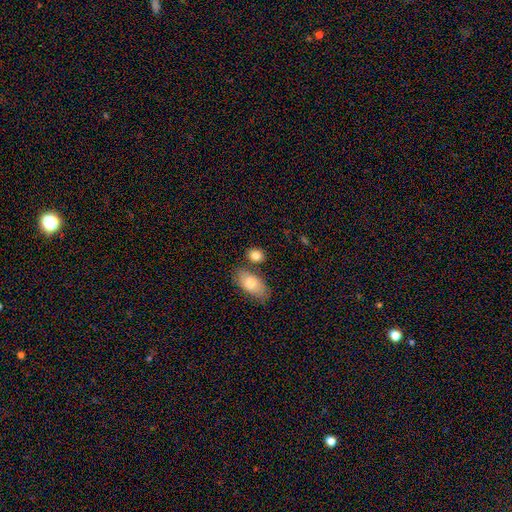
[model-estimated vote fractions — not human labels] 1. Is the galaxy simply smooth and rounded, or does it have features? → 82% smooth, 9% featured or disk, 8% star or artifact.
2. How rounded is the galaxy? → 54% in between, 44% round, 2% cigar-shaped.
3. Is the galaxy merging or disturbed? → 68% none, 18% merger, 11% minor disturbance, 3% major disturbance.